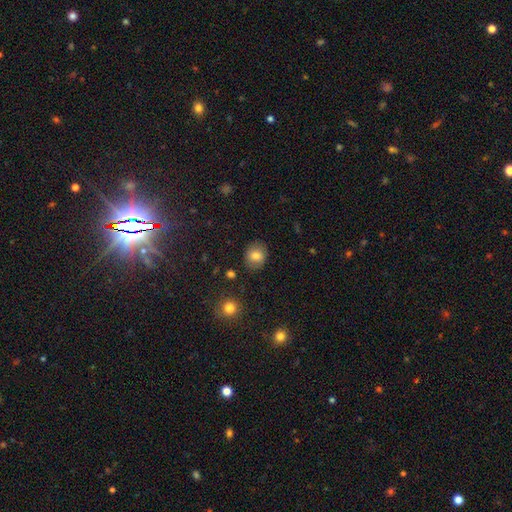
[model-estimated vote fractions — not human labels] Overall: smooth (79%). How rounded: round (68%; in between 31%). Merging: none (84%).